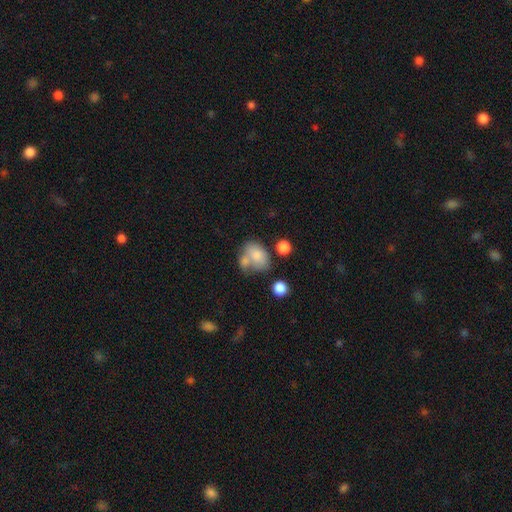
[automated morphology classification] Overall: smooth (76%). How rounded: in between (70%). Merging: merger (38%; none 37%).